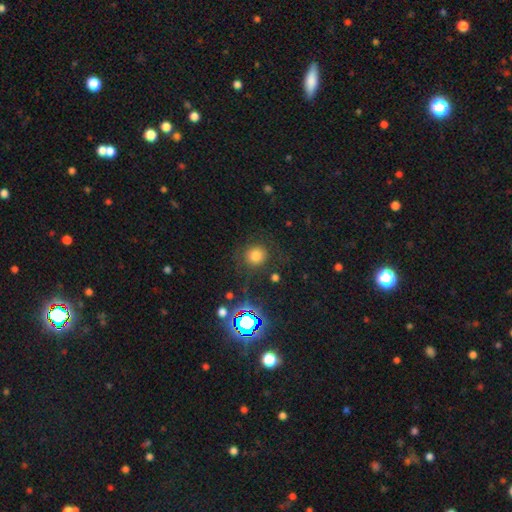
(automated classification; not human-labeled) This is likely a smooth galaxy (71%). How rounded: clearly round (90%). Merging: likely none (79%).